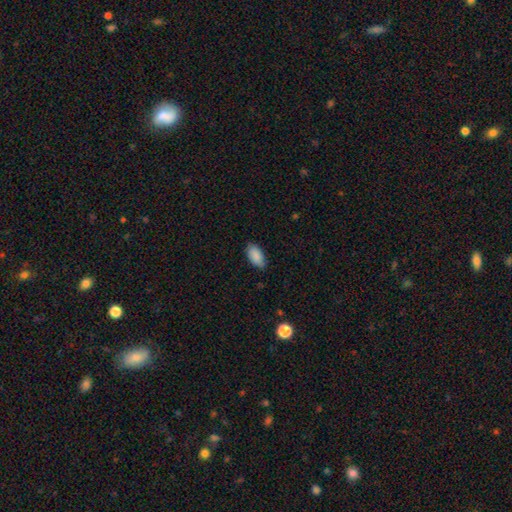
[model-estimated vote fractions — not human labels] Overall: smooth (89%). How rounded: in between (93%). Merging: none (81%).